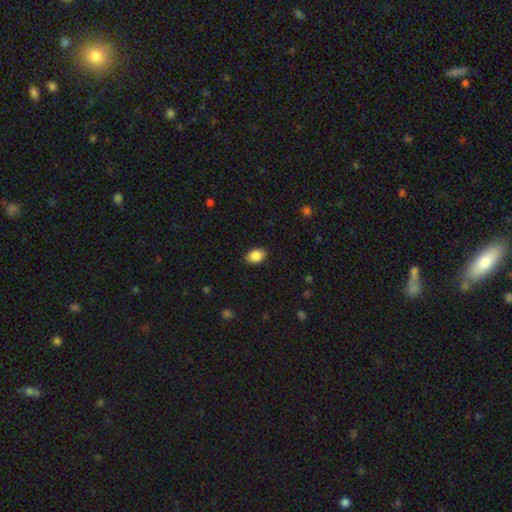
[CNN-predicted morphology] smooth-or-featured: smooth: 89% | star or artifact: 7% | featured or disk: 4%
  how-rounded: in between: 84% | round: 15% | cigar-shaped: 1%
  merging: none: 88% | minor disturbance: 9% | major disturbance: 2% | merger: 1%